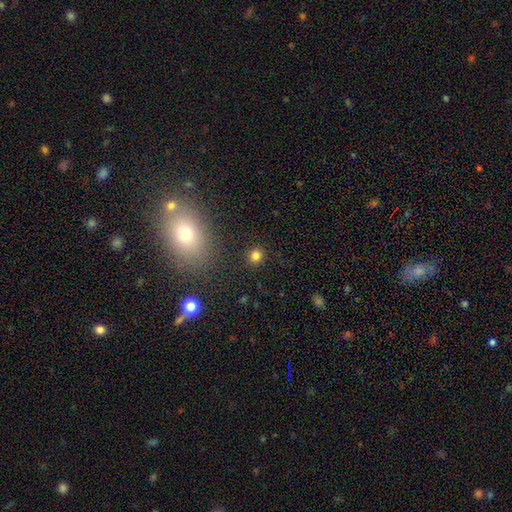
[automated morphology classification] This appears to be a smooth galaxy with no disk features (81%) that is round (86%). Merging: none (90%).